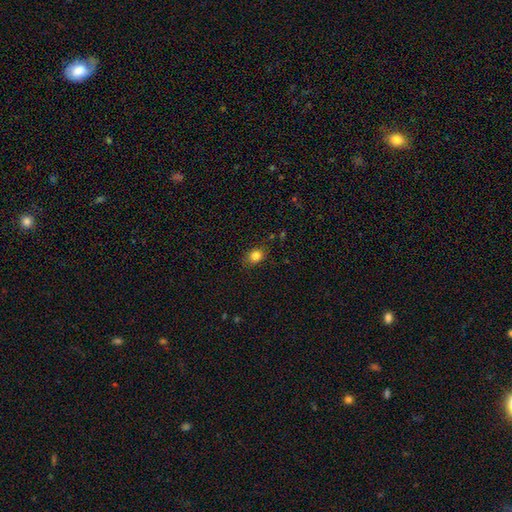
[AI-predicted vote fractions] Smooth or featured? Predicted: smooth (p=0.82). How rounded? Predicted: in between (p=0.54). Merging? Predicted: none (p=0.81).